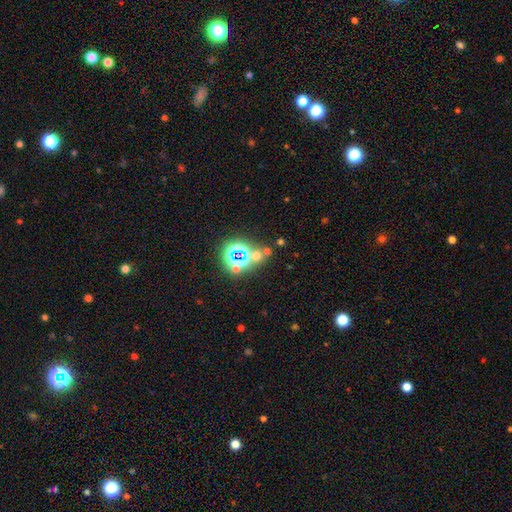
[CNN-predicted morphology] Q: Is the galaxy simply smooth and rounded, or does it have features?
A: star or artifact — 51%.